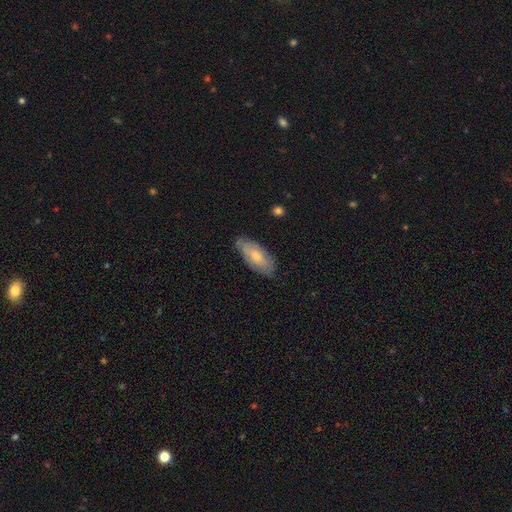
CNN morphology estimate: Smooth or featured? Predicted: smooth (p=0.61). How rounded? Predicted: in between (p=0.84). Merging? Predicted: none (p=0.74).